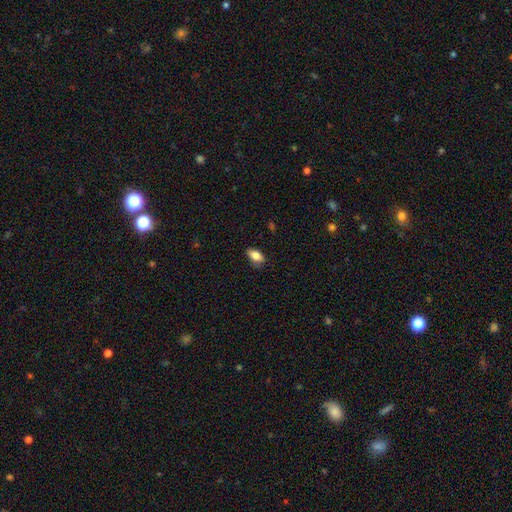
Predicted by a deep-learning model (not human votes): Morphology: type=smooth (80%); roundness=in between (89%); merging=none (76%).